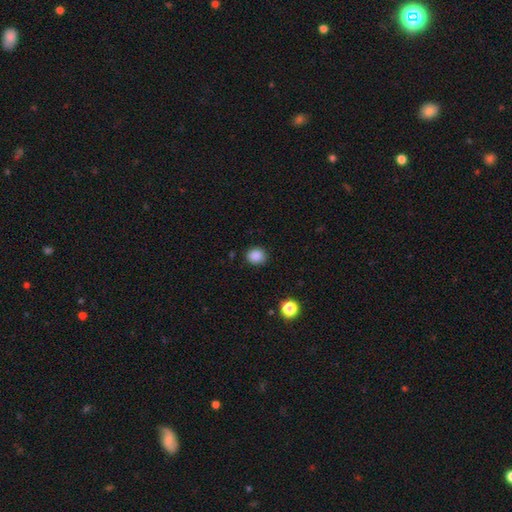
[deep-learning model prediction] smooth-or-featured: smooth: 87% | star or artifact: 11% | featured or disk: 3%
  how-rounded: round: 75% | in between: 24% | cigar-shaped: 1%
  merging: none: 88% | minor disturbance: 8% | major disturbance: 2% | merger: 1%